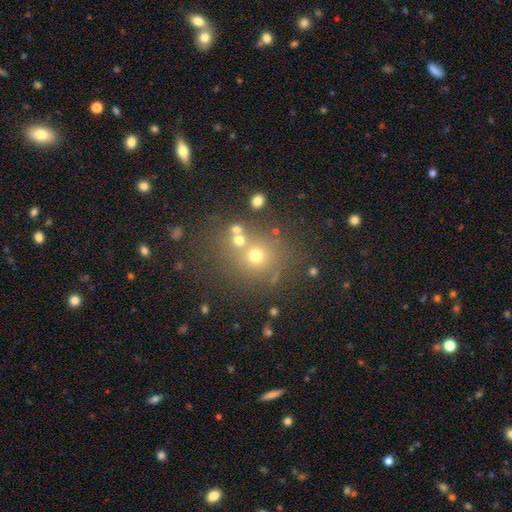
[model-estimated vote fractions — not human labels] A smooth galaxy with no disk features (54%) that is round (79%). Merging: none (65%).